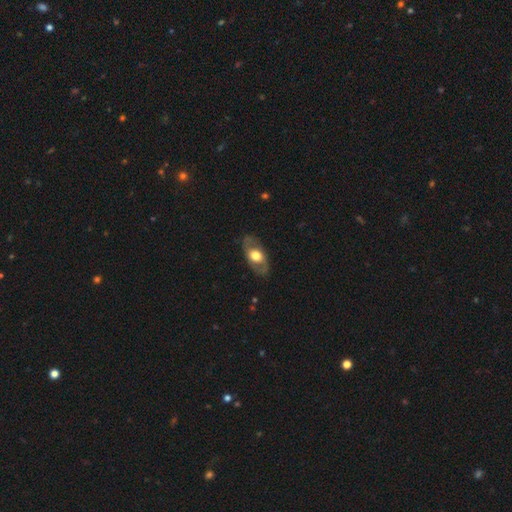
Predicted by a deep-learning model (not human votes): This appears to be a featured or disk galaxy (50%). Merging: none (80%).